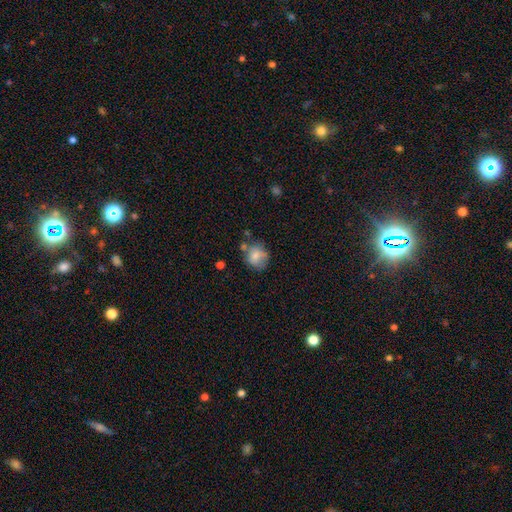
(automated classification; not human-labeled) Overall: smooth (76%). How rounded: round (77%). Merging: none (56%; minor disturbance 24%).